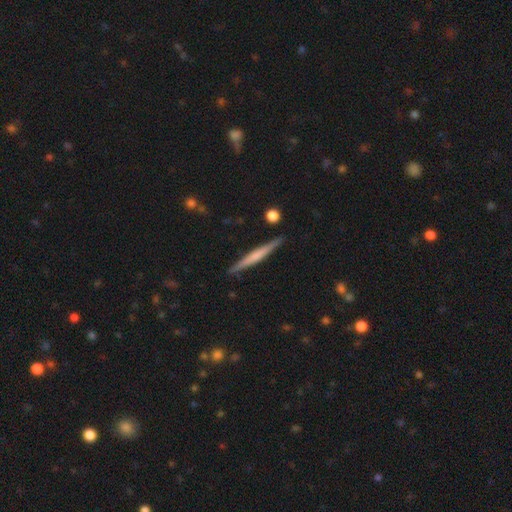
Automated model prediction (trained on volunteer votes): smooth-or-featured: featured or disk: 54% | smooth: 41% | star or artifact: 5%
  disk-edge-on: yes: 97% | no: 3%
    edge-on-bulge: none: 50% | rounded: 35% | boxy: 16%
  merging: none: 89% | minor disturbance: 7% | merger: 2% | major disturbance: 1%